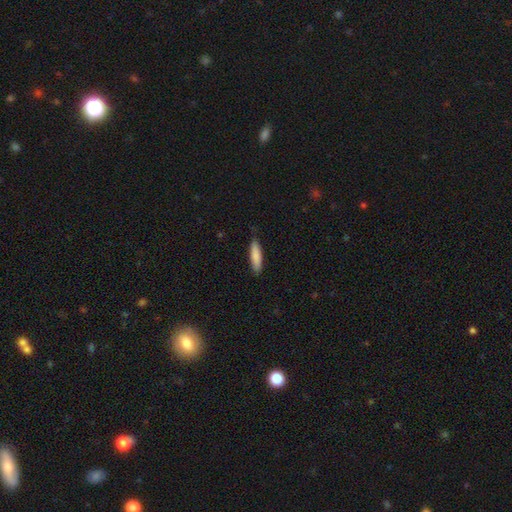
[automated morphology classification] smooth 85%, featured or disk 9%, star or artifact 6%. Down the decision tree: how rounded — cigar-shaped (71%); merging — none (83%).